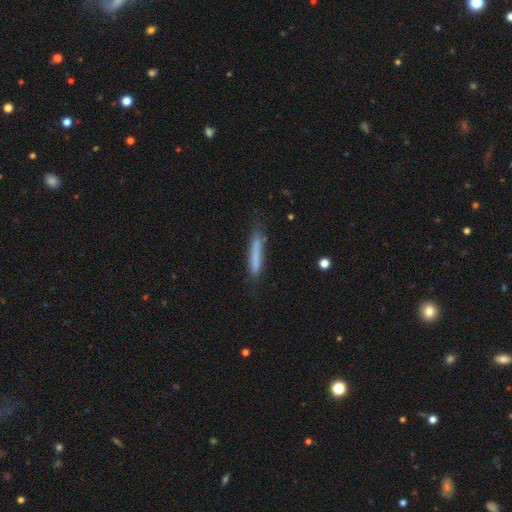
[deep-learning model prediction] A smooth galaxy with no disk features (74%) that is cigar-shaped (93%). Merging: none (76%).